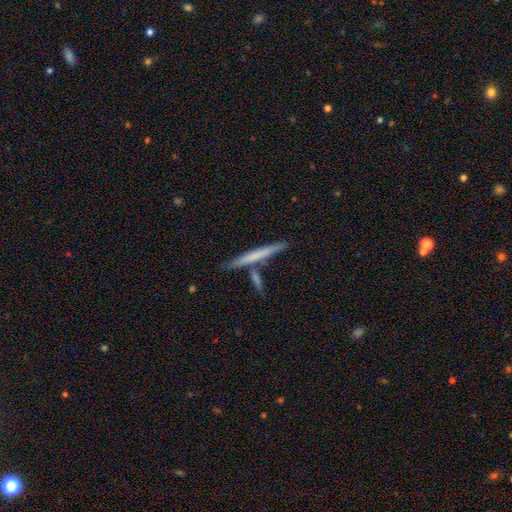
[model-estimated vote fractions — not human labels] A smooth galaxy with no disk features (56%) that is cigar-shaped (95%). Merging: none (75%).